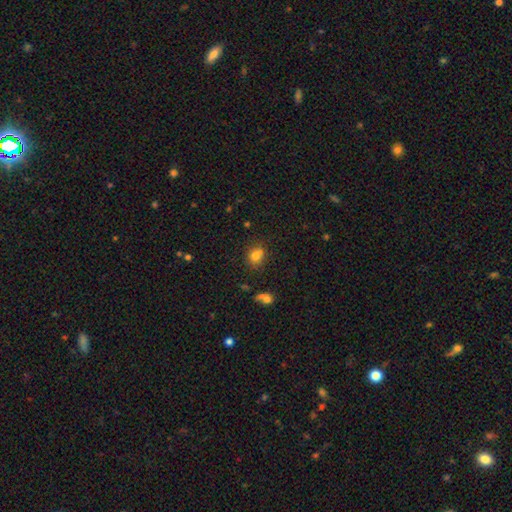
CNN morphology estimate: Overall: smooth (75%). How rounded: round (71%). Merging: none (59%; merger 22%).